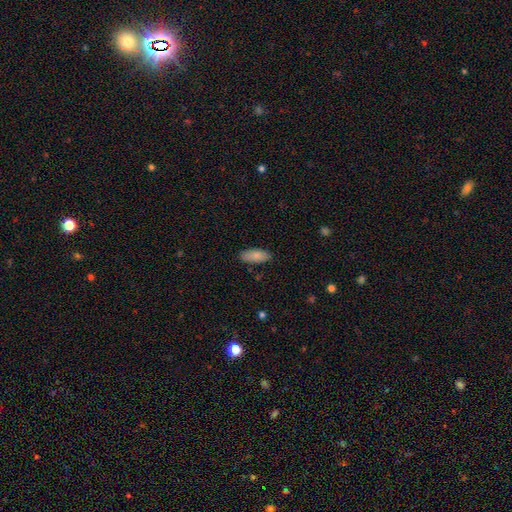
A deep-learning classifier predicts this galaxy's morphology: smooth-or-featured: smooth: 85% | featured or disk: 9% | star or artifact: 6%
  how-rounded: in between: 81% | cigar-shaped: 17% | round: 2%
  merging: none: 87% | minor disturbance: 10% | major disturbance: 2% | merger: 1%